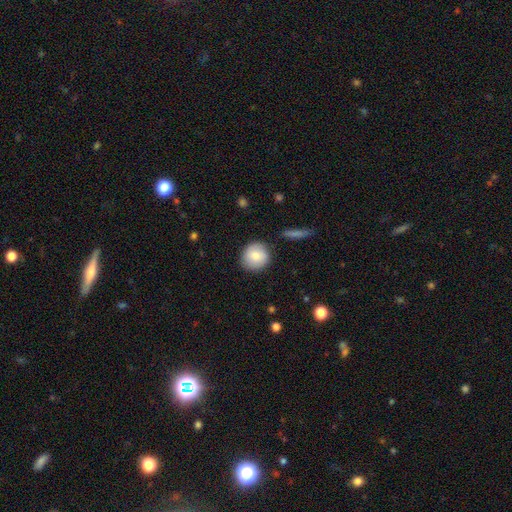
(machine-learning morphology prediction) Smooth or featured?
  - smooth: 78% *
  - featured or disk: 15%
  - star or artifact: 7%
How rounded?
  - round: 91% *
  - in between: 8%
  - cigar-shaped: 1%
Merging?
  - none: 85% *
  - minor disturbance: 10%
  - major disturbance: 3%
  - merger: 2%